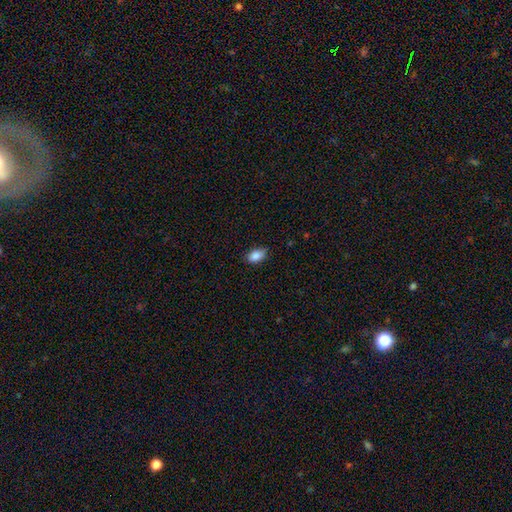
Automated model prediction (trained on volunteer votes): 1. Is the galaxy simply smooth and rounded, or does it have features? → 87% smooth, 8% star or artifact, 5% featured or disk.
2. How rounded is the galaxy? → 90% in between, 8% round, 2% cigar-shaped.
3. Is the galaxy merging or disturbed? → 79% none, 18% minor disturbance, 3% major disturbance, 1% merger.